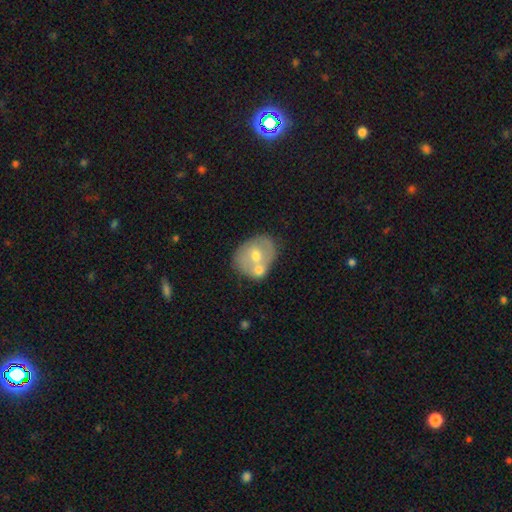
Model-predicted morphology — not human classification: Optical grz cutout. It shows a smooth galaxy with no disk features (48%). Merging: merger (46%).